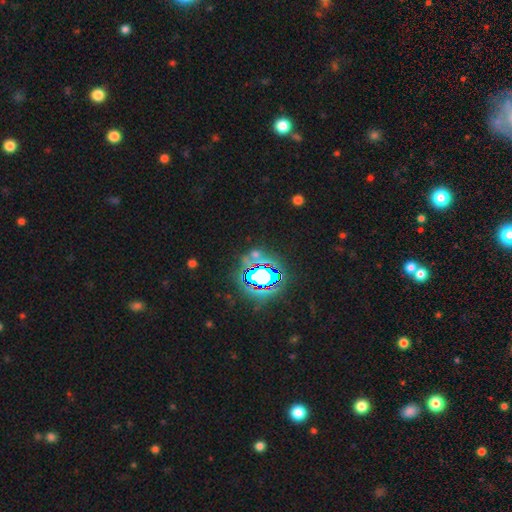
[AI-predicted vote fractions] star or artifact 71%, smooth 19%, featured or disk 11%.